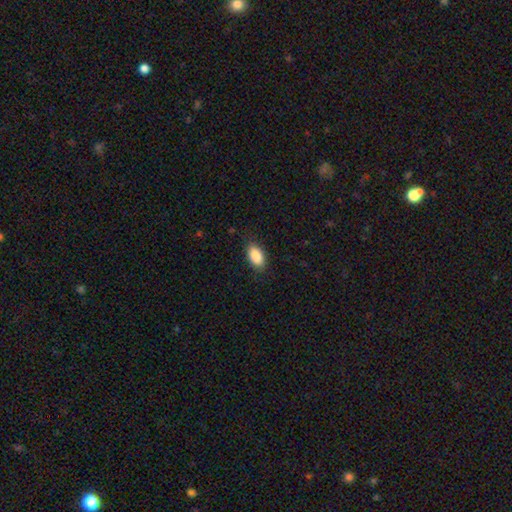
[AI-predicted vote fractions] Morphology: type=smooth (88%); roundness=in between (93%); merging=none (84%).